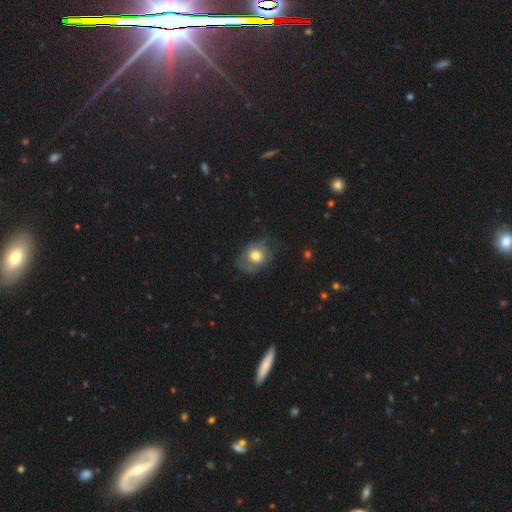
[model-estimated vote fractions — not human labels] smooth_or_featured: smooth (p=0.61) [alt: featured or disk p=0.30]
how_rounded: round (p=0.60) [alt: in between p=0.39]
merging: none (p=0.54) [alt: minor disturbance p=0.27]